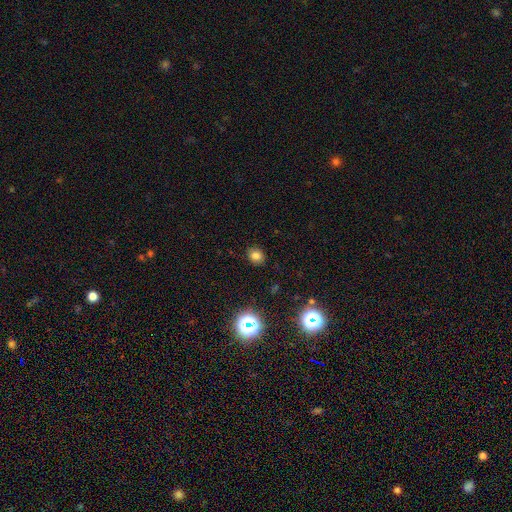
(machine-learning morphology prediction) Overall: smooth (76%). How rounded: round (62%; in between 37%). Merging: none (88%).